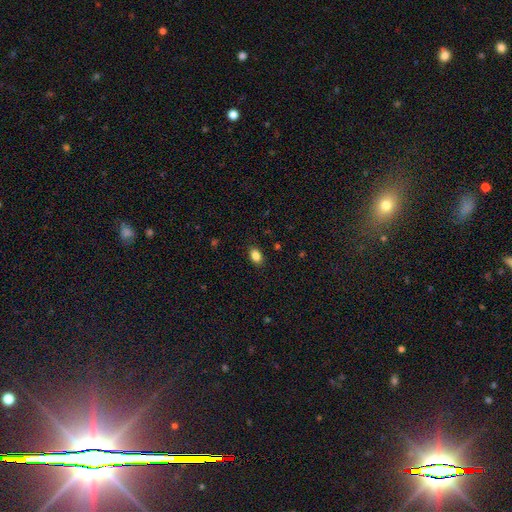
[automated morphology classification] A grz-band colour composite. It shows a smooth galaxy with no disk features (86%) that is in between round and cigar-shaped (84%). Merging: none (88%).